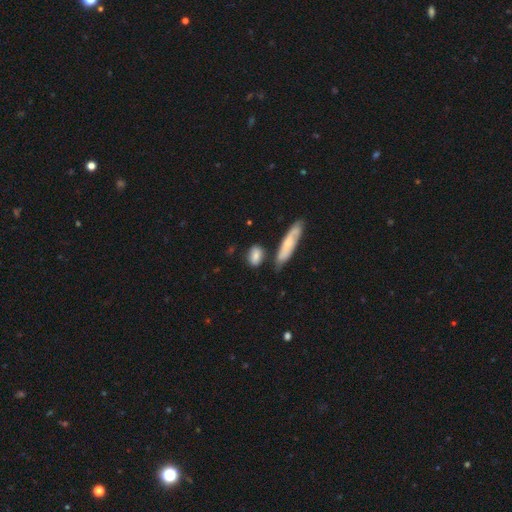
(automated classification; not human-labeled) The model was most divided on "merging": none: 67%, minor disturbance: 18%, merger: 10%, major disturbance: 5%. More confident: smooth or featured — smooth (77%); how rounded — in between (69%).